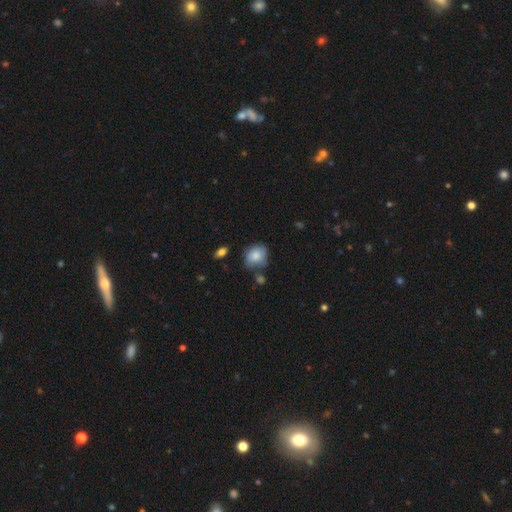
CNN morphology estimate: A smooth galaxy with no disk features (80%) that is round (62%).

Vote fractions:
- Smooth or featured? smooth: 80% / featured or disk: 12% / star or artifact: 7%
- How rounded? round: 62% / in between: 37% / cigar-shaped: 1%
- Merging? none: 57% / minor disturbance: 27% / merger: 8% / major disturbance: 7%